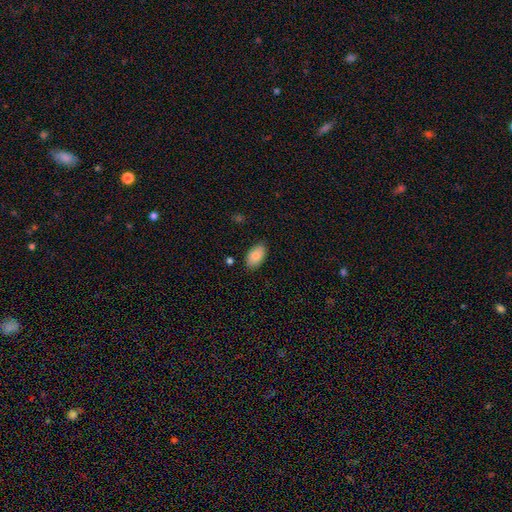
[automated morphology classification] Smooth or featured: smooth — 84% (featured or disk — 9%)
How rounded: in between — 94% (round — 5%)
Merging: none — 84% (minor disturbance — 12%)